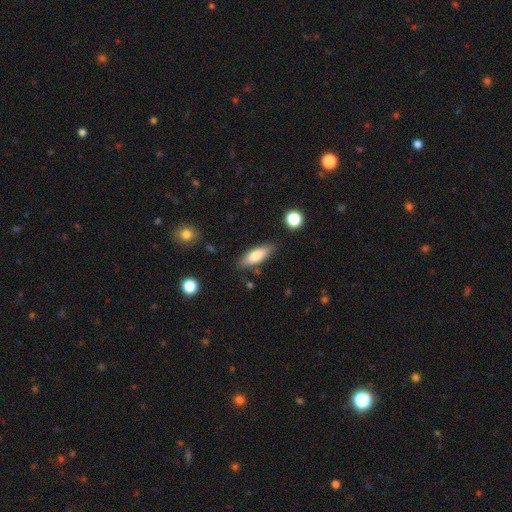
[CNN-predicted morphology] Q: Smooth or featured?
A: smooth (76%); runner-up: featured or disk (18%)
Q: How rounded?
A: in between (63%); runner-up: cigar-shaped (35%)
Q: Merging?
A: none (82%); runner-up: minor disturbance (12%)